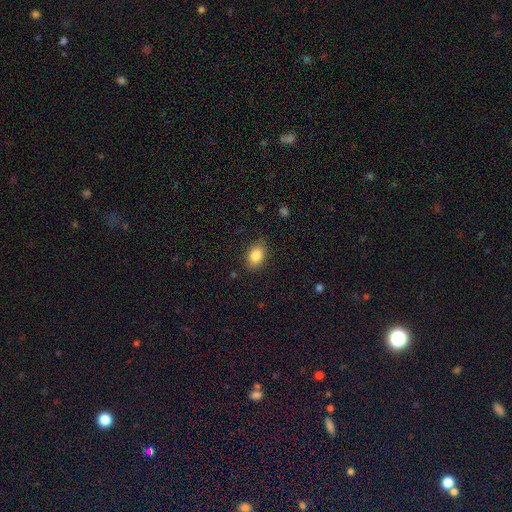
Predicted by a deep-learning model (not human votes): A smooth galaxy with no disk features (85%) that is in between round and cigar-shaped (82%). Merging: none (83%).